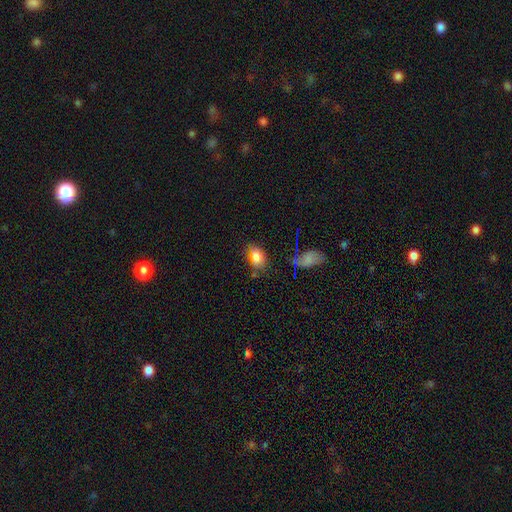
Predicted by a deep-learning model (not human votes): A smooth galaxy with no disk features (81%) that is in between round and cigar-shaped (81%).

Vote fractions:
- Smooth or featured? smooth: 81% / star or artifact: 11% / featured or disk: 8%
- How rounded? in between: 81% / round: 17% / cigar-shaped: 2%
- Merging? none: 67% / minor disturbance: 22% / major disturbance: 6% / merger: 6%